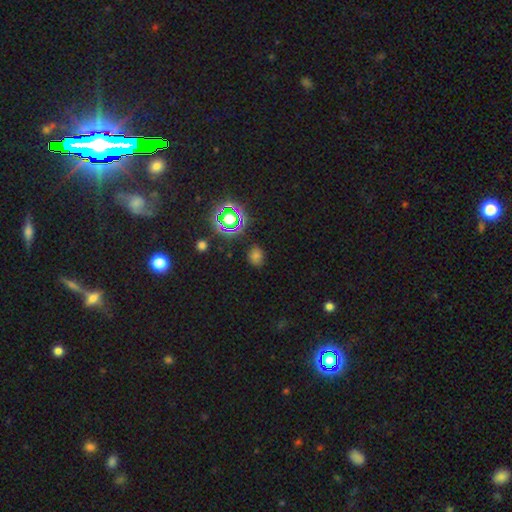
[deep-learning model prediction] Overall: smooth (53%; star or artifact 40%). How rounded: round (58%; in between 41%). Merging: none (82%).